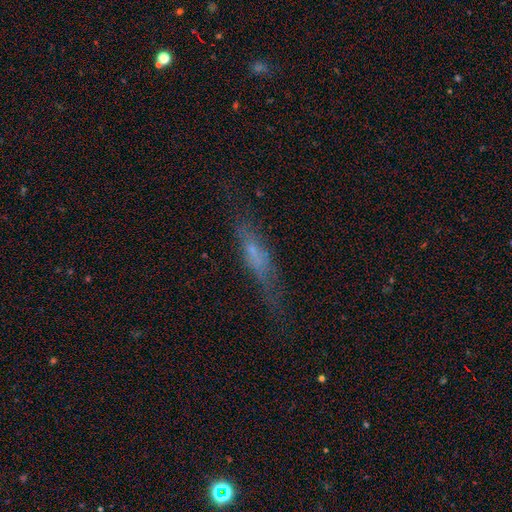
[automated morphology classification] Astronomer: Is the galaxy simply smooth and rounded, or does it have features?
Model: smooth — 44% (runner-up: featured or disk, 43%).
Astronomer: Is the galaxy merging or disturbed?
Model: none — 61%.